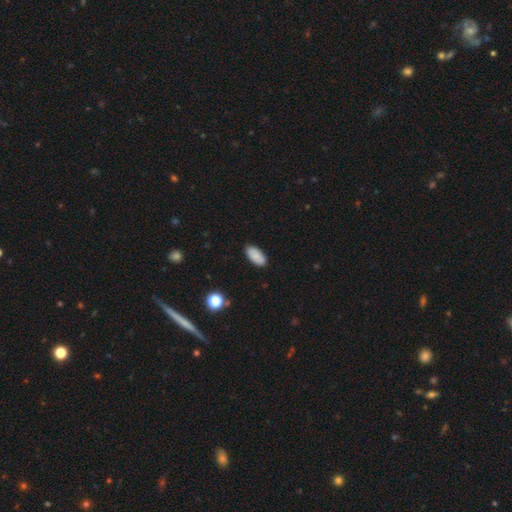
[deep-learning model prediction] smooth-or-featured: smooth: 83% | featured or disk: 9% | star or artifact: 8%
  how-rounded: in between: 94% | cigar-shaped: 3% | round: 2%
  merging: none: 86% | minor disturbance: 11% | major disturbance: 2% | merger: 1%